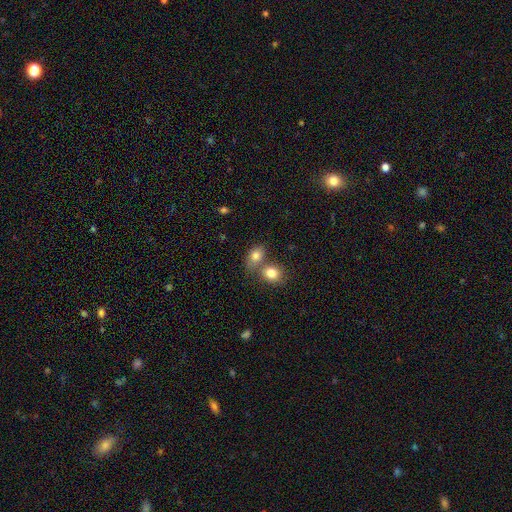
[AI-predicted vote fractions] Overall: smooth (80%). How rounded: in between (67%; round 32%). Merging: merger (49%; none 38%).